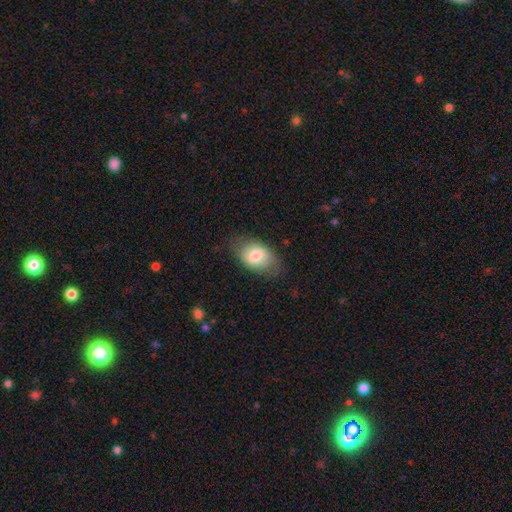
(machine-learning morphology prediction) A smooth galaxy with no disk features (71%) that is in between round and cigar-shaped (86%). Merging: none (74%).